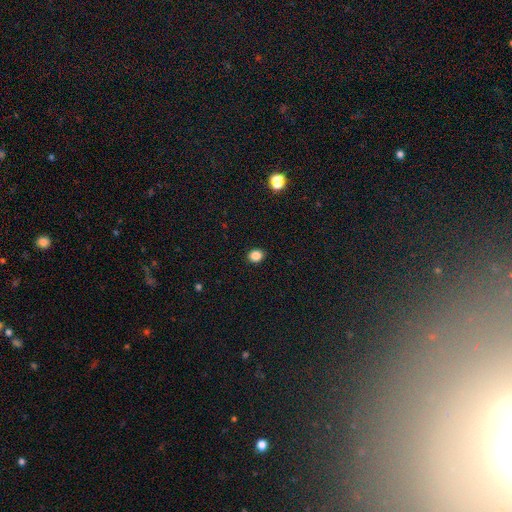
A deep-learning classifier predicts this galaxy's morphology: This is clearly a smooth galaxy (86%). How rounded: likely round (68%). Merging: clearly none (92%).